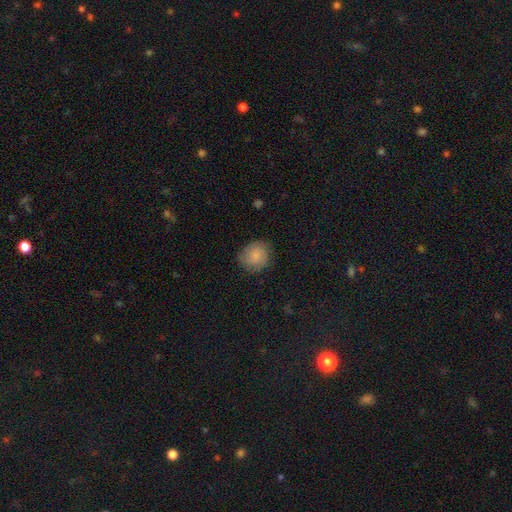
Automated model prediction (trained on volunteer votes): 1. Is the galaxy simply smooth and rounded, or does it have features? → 82% smooth, 11% featured or disk, 7% star or artifact.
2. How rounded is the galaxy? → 79% round, 20% in between, 1% cigar-shaped.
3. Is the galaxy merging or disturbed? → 78% none, 17% minor disturbance, 4% major disturbance, 1% merger.